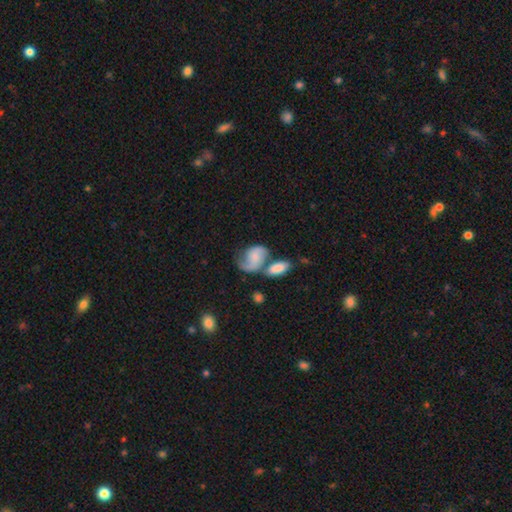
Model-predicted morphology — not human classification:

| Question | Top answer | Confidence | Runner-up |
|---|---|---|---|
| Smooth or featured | featured or disk | 59% | smooth (34%) |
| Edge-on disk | no | 97% | yes (3%) |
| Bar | no | 64% | weak (30%) |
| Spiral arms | yes | 90% | no (10%) |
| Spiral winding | medium | 43% | loose (41%) |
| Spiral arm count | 2 | 75% | 1 (14%) |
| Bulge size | small | 49% | moderate (23%) |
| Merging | none | 35% | merger (33%) |